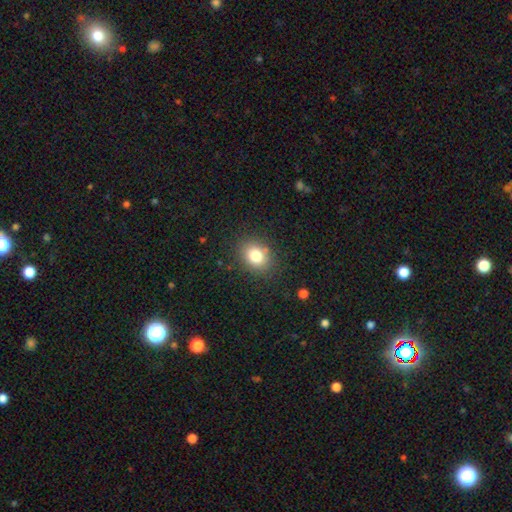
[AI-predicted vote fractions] Smooth or featured?
  - smooth: 79% *
  - star or artifact: 11%
  - featured or disk: 9%
How rounded?
  - round: 50% *
  - in between: 49%
  - cigar-shaped: 1%
Merging?
  - none: 84% *
  - minor disturbance: 10%
  - major disturbance: 4%
  - merger: 2%